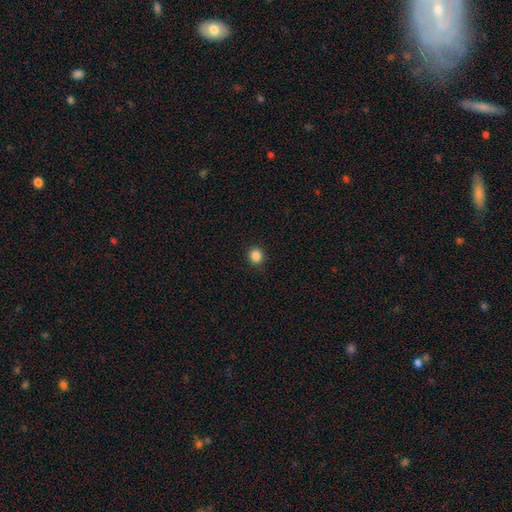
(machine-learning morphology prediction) Overall: smooth (86%). How rounded: round (88%). Merging: none (91%).